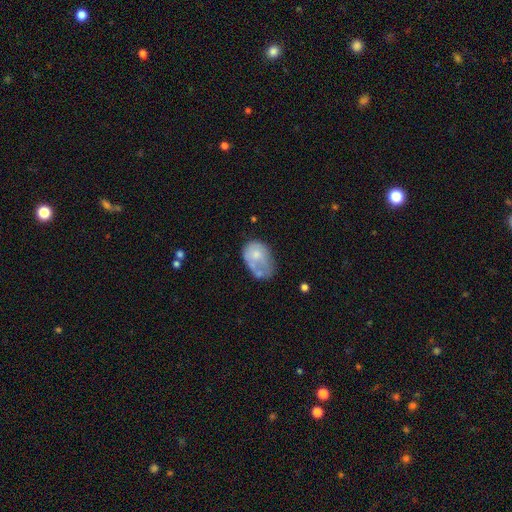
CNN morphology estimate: smooth_or_featured: smooth (p=0.56) [alt: featured or disk p=0.36]
how_rounded: in between (p=0.76) [alt: round p=0.23]
merging: minor disturbance (p=0.29) [alt: none p=0.27]